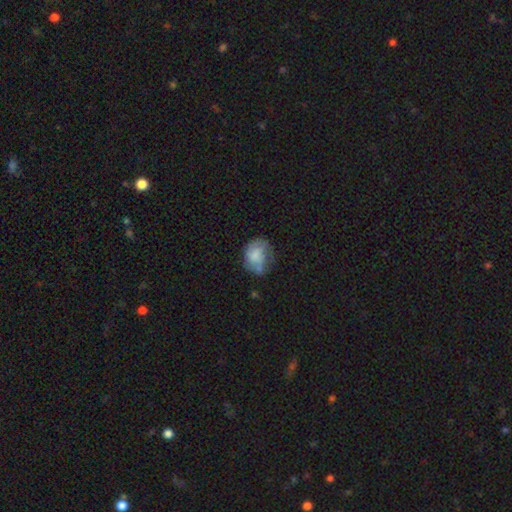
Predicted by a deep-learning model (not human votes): Smooth or featured: smooth — 57% (featured or disk — 34%)
How rounded: in between — 56% (round — 43%)
Merging: none — 44% (minor disturbance — 32%)